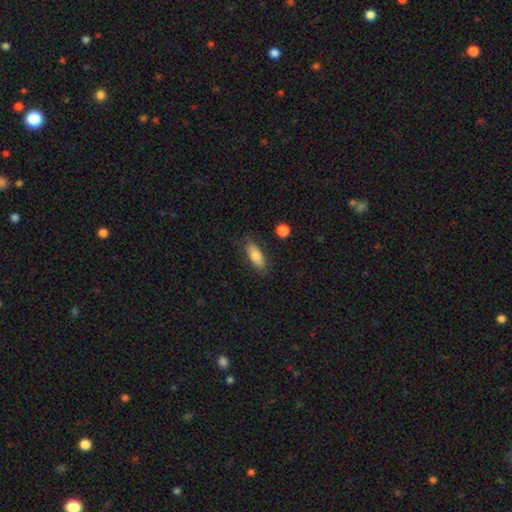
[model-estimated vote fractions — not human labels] Q: Smooth or featured?
A: smooth (77%); runner-up: featured or disk (16%)
Q: How rounded?
A: in between (79%); runner-up: cigar-shaped (18%)
Q: Merging?
A: none (79%); runner-up: minor disturbance (15%)